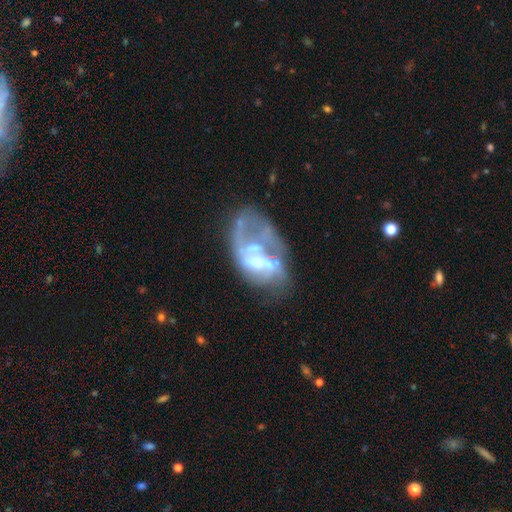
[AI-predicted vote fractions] This appears to be a featured or disk galaxy (71%) with no bar (55%), no spiral arms (56%) and a moderate central bulge (40%). Merging: major disturbance (37%).